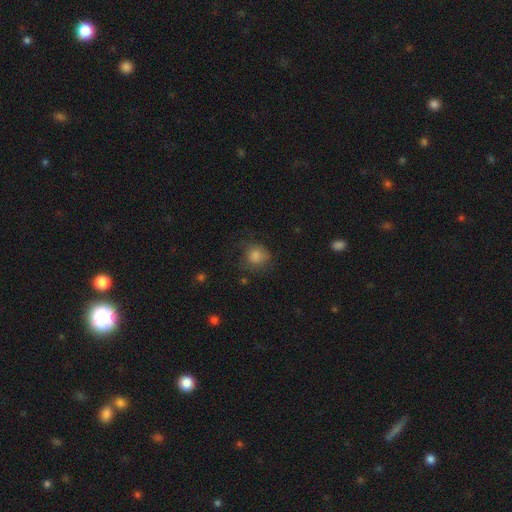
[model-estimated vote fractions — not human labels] Smooth or featured? smooth (80%)
How rounded? round (81%)
Merging? none (65%)